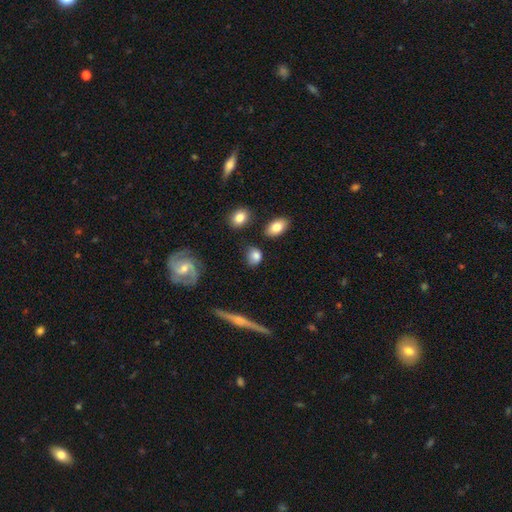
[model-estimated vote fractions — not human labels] Smooth or featured? Predicted: smooth (p=0.80). How rounded? Predicted: in between (p=0.63). Merging? Predicted: none (p=0.72).